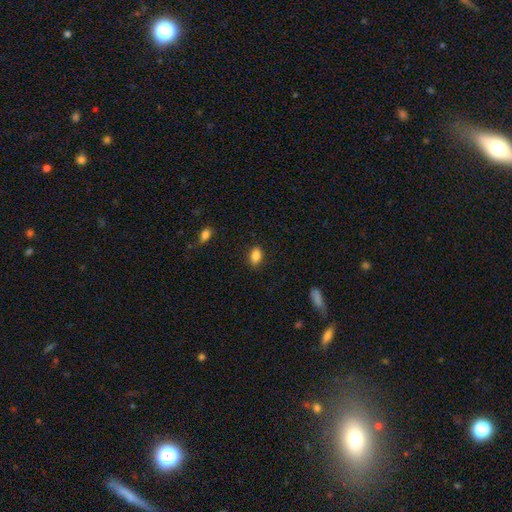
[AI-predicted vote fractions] Overall: smooth (86%). How rounded: in between (84%). Merging: none (86%).